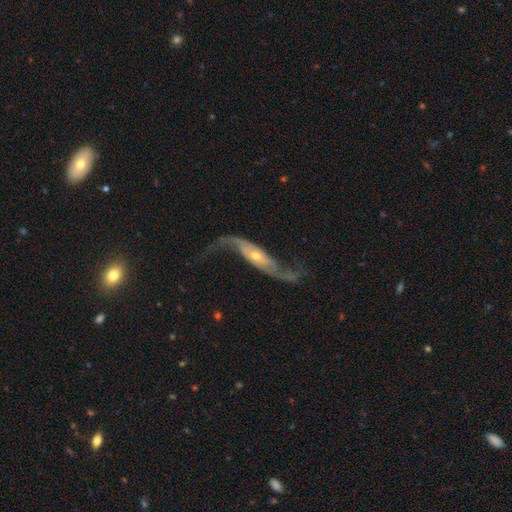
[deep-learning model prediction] This appears to be a featured or disk galaxy (90%) with no bar (51%), 2 (93%) loose (82%) spiral arms (96%) and a small central bulge (59%). Merging: none (68%).